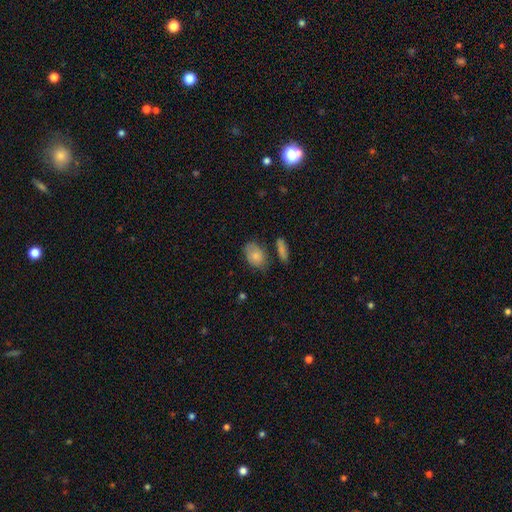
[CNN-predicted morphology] This appears to be a smooth galaxy with no disk features (78%) that is in between round and cigar-shaped (84%). Merging: none (63%).